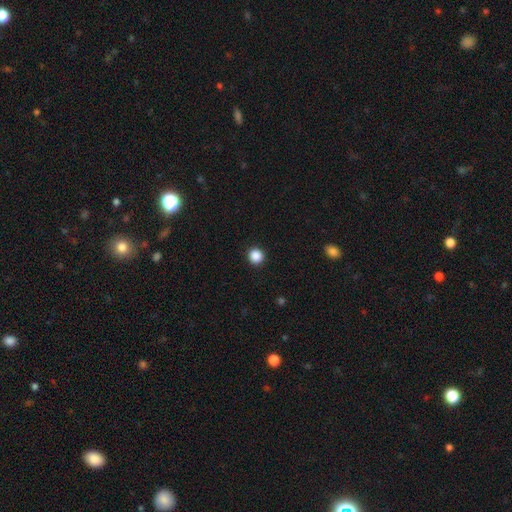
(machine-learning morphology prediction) Smooth or featured?
  - smooth: 87% *
  - star or artifact: 10%
  - featured or disk: 2%
How rounded?
  - round: 94% *
  - in between: 5%
  - cigar-shaped: 1%
Merging?
  - none: 93% *
  - minor disturbance: 4%
  - major disturbance: 2%
  - merger: 1%